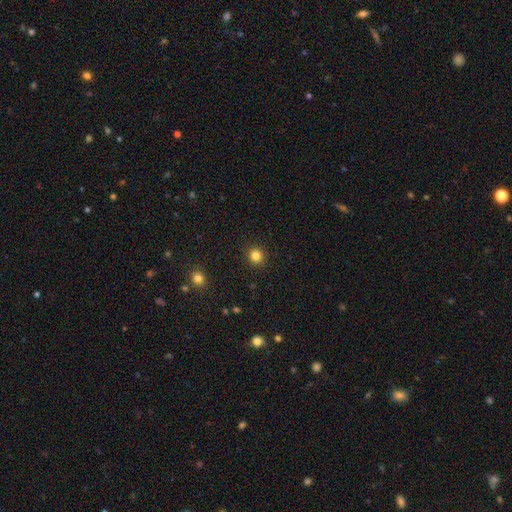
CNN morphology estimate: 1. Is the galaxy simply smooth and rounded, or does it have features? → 83% smooth, 13% star or artifact, 4% featured or disk.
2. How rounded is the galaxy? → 91% round, 8% in between, 1% cigar-shaped.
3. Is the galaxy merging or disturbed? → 92% none, 5% minor disturbance, 2% major disturbance, 1% merger.